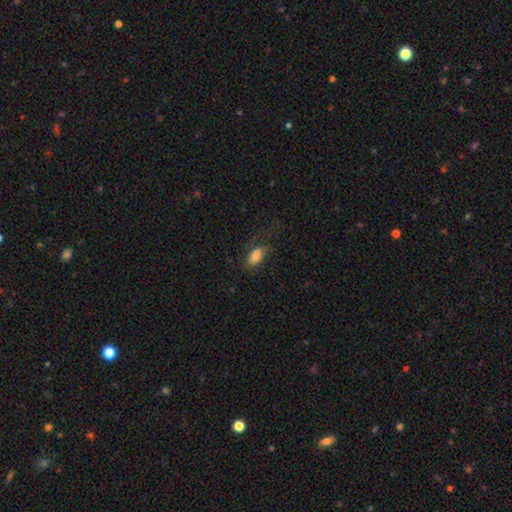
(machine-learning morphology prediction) A smooth galaxy with no disk features (83%) that is in between round and cigar-shaped (90%).

Vote fractions:
- Smooth or featured? smooth: 83% / featured or disk: 9% / star or artifact: 8%
- How rounded? in between: 90% / cigar-shaped: 6% / round: 4%
- Merging? none: 59% / minor disturbance: 22% / major disturbance: 18% / merger: 2%